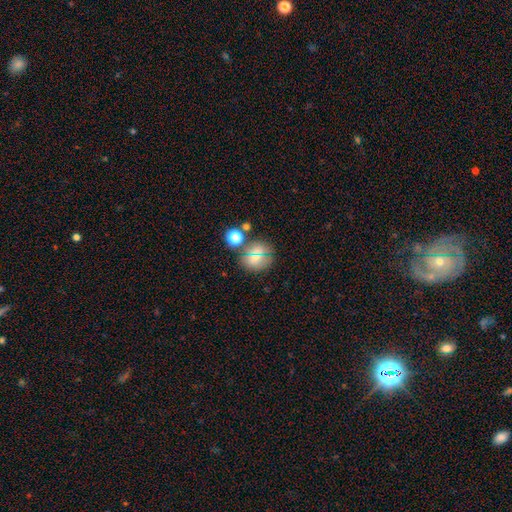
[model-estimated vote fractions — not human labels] A smooth galaxy with no disk features (68%) that is round (75%). Merging: none (73%).